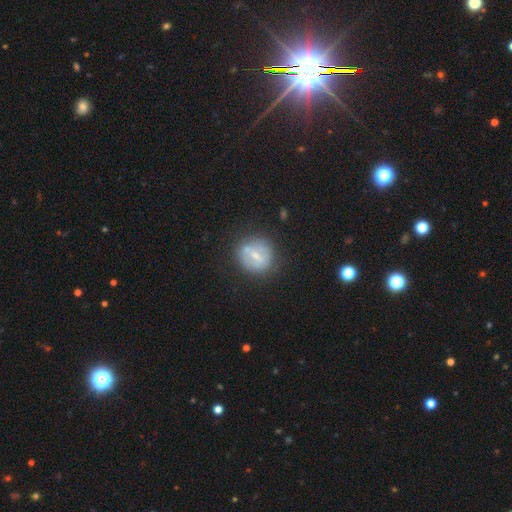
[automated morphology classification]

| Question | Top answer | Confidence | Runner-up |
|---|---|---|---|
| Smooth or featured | smooth | 46% | featured or disk (44%) |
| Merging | none | 71% | minor disturbance (17%) |